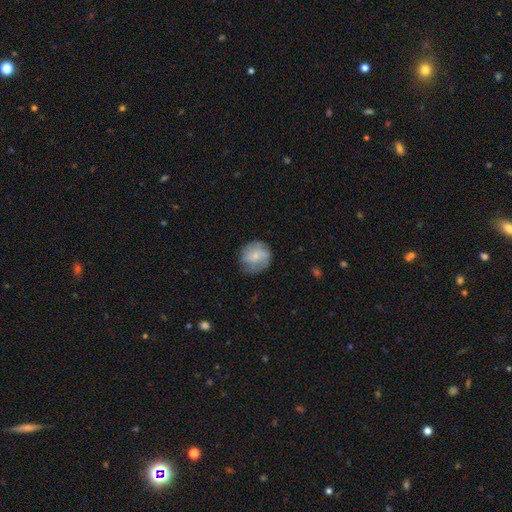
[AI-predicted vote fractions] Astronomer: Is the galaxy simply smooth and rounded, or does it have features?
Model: smooth — 61%.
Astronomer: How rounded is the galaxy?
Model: round — 85%.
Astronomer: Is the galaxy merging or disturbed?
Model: none — 74%.